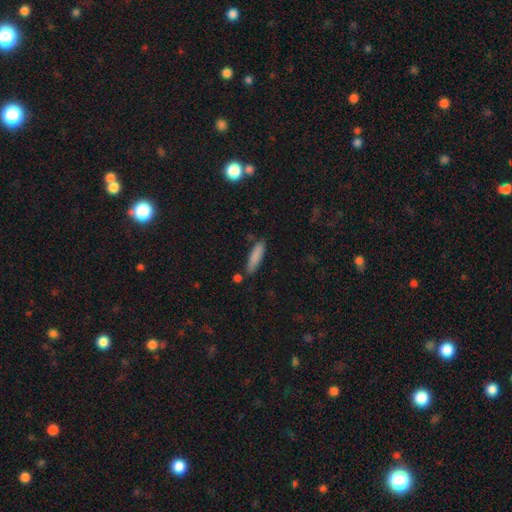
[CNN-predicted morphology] A smooth galaxy with no disk features (85%) that is cigar-shaped (74%).

Vote fractions:
- Smooth or featured? smooth: 85% / featured or disk: 9% / star or artifact: 6%
- How rounded? cigar-shaped: 74% / in between: 25% / round: 1%
- Merging? none: 79% / minor disturbance: 13% / merger: 5% / major disturbance: 3%